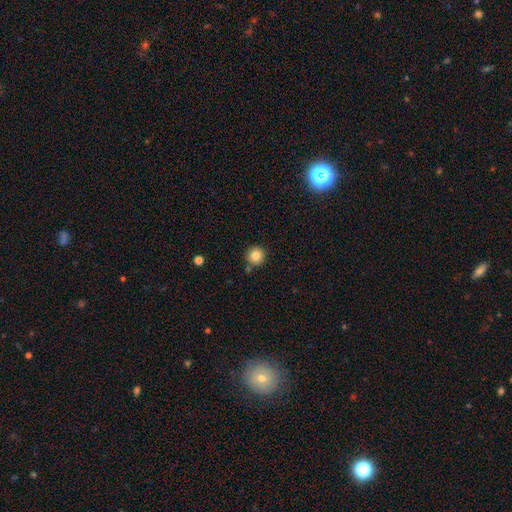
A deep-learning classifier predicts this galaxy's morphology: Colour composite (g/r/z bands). It shows a smooth galaxy with no disk features (84%) that is round (94%). Merging: none (82%).